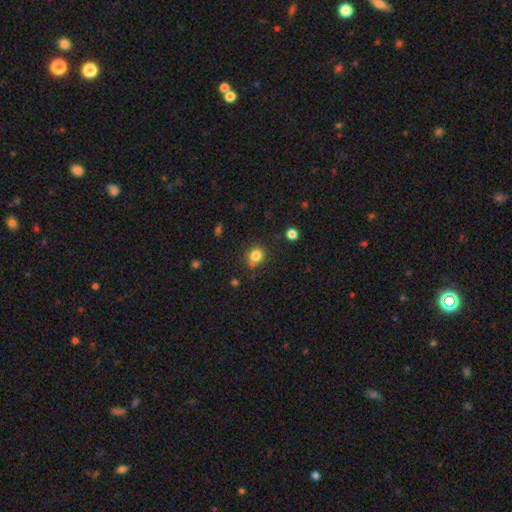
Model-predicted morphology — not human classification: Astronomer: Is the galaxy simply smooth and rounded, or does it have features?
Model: smooth — 83%.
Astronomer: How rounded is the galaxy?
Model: round — 79%.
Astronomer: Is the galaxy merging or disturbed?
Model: none — 75%.